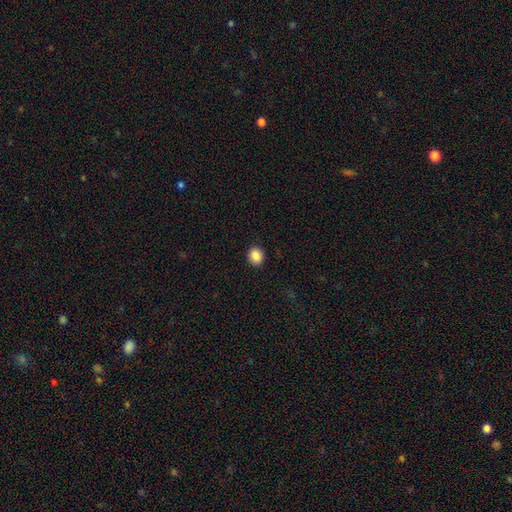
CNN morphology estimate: Overall: smooth (87%). How rounded: round (74%). Merging: none (91%).